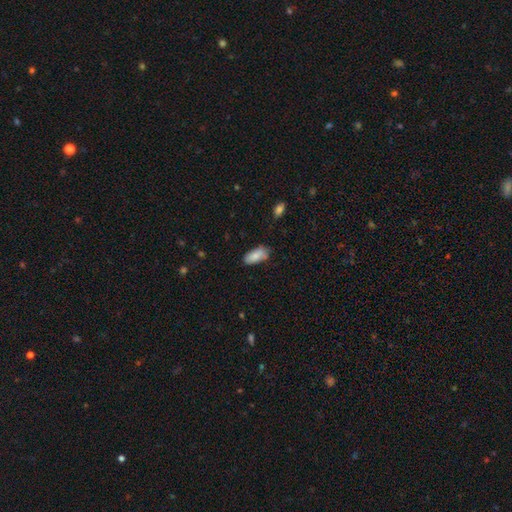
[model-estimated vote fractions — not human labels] The model was most divided on "merging": none: 75%, minor disturbance: 20%, major disturbance: 3%, merger: 2%. More confident: how rounded — in between (90%); smooth or featured — smooth (86%).